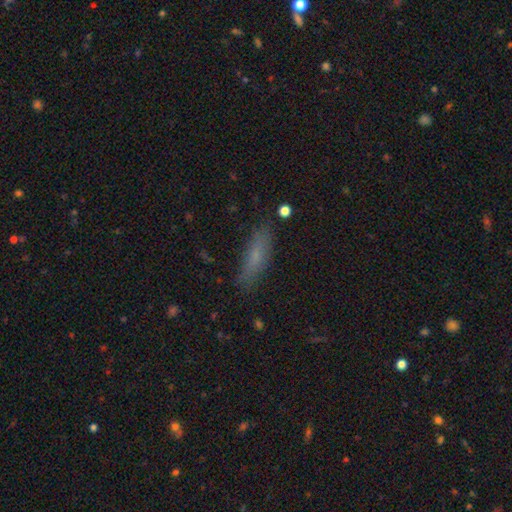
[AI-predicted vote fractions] smooth-or-featured: smooth: 68% | featured or disk: 21% | star or artifact: 11%
  how-rounded: cigar-shaped: 69% | in between: 28% | round: 2%
  merging: none: 83% | minor disturbance: 13% | major disturbance: 3% | merger: 2%